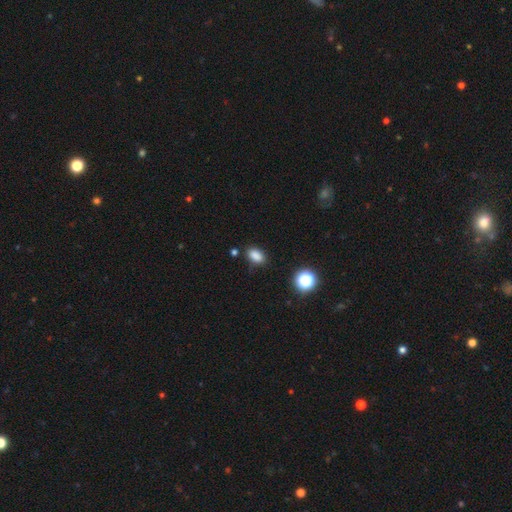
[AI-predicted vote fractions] This appears to be a smooth galaxy with no disk features (84%) that is in between round and cigar-shaped (85%). Merging: none (80%).